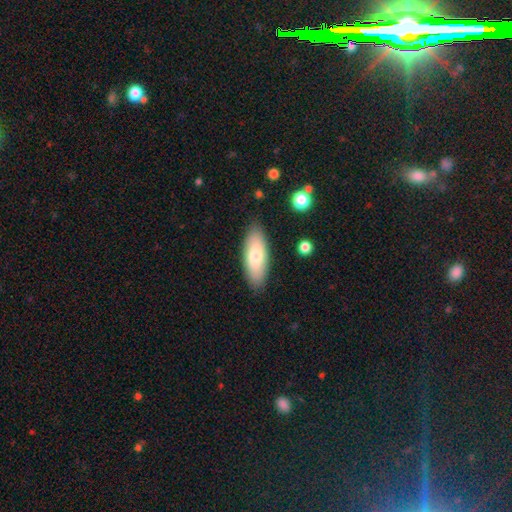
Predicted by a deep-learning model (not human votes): Smooth or featured: smooth — 75% (featured or disk — 19%)
How rounded: in between — 75% (cigar-shaped — 23%)
Merging: none — 84% (minor disturbance — 12%)